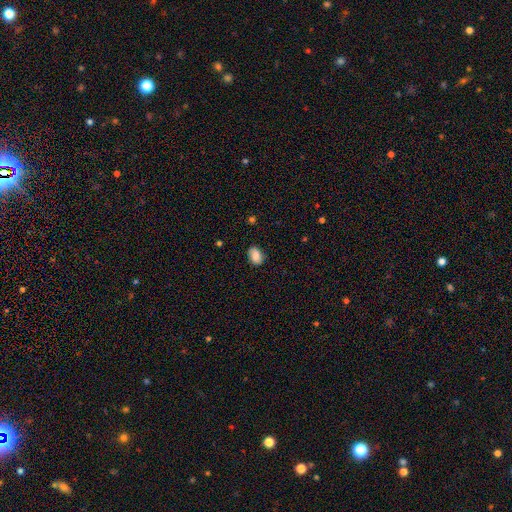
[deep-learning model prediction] Morphology: type=smooth (80%); roundness=in between (77%); merging=none (79%).